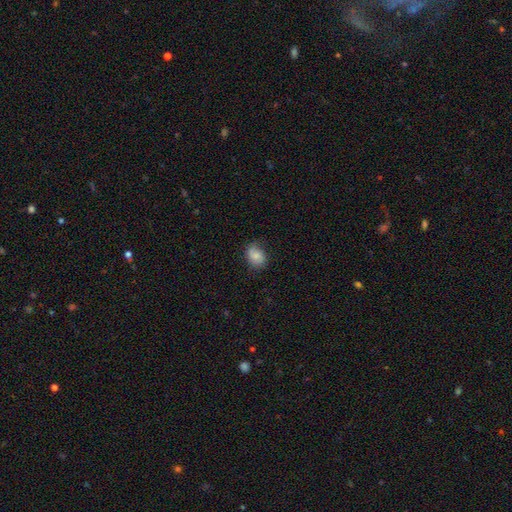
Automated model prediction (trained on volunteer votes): Morphology: type=smooth (75%); roundness=in between (61%); merging=none (62%).